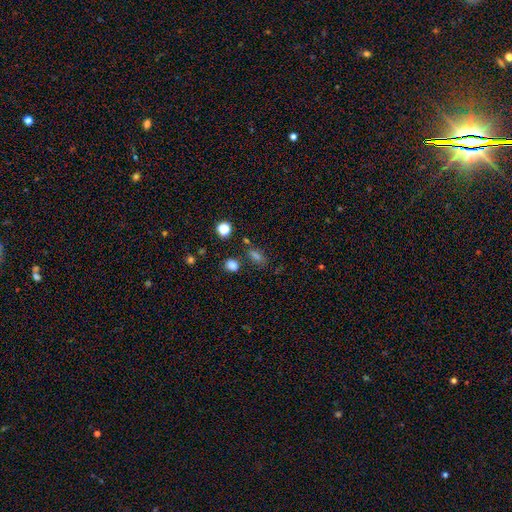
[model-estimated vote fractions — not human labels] The model was most divided on "smooth or featured": smooth: 59%, star or artifact: 30%, featured or disk: 11%. More confident: merging — none (72%); how rounded — in between (71%).